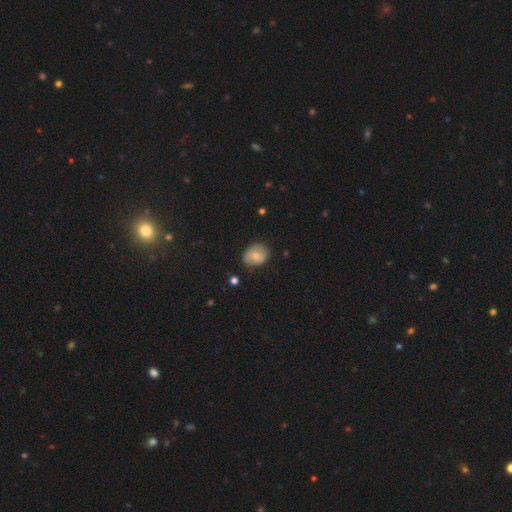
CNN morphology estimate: A smooth galaxy with no disk features (64%) that is round (51%).

Vote fractions:
- Smooth or featured? smooth: 64% / featured or disk: 28% / star or artifact: 8%
- How rounded? round: 51% / in between: 48% / cigar-shaped: 1%
- Merging? none: 72% / minor disturbance: 22% / major disturbance: 5% / merger: 2%